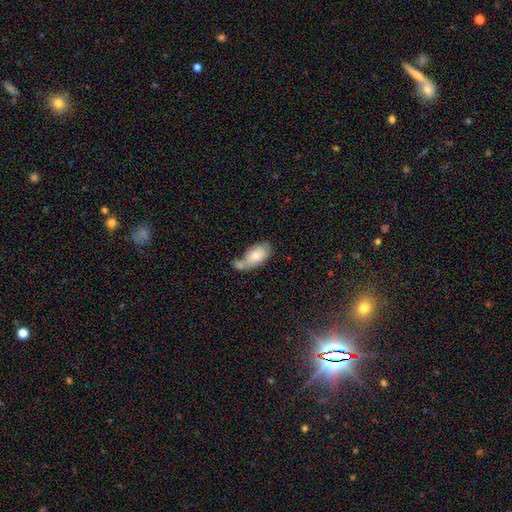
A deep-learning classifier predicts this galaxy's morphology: smooth-or-featured: smooth: 76% | featured or disk: 18% | star or artifact: 7%
  how-rounded: in between: 91% | round: 5% | cigar-shaped: 4%
  merging: merger: 42% | none: 31% | minor disturbance: 19% | major disturbance: 9%